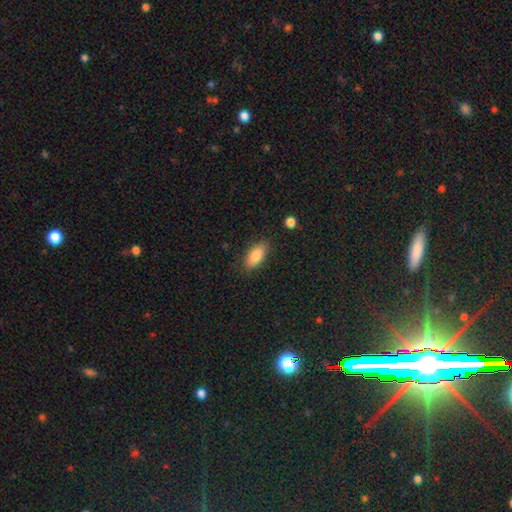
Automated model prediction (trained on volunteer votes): This is clearly a smooth galaxy (83%). How rounded: clearly in between (84%). Merging: clearly none (84%).